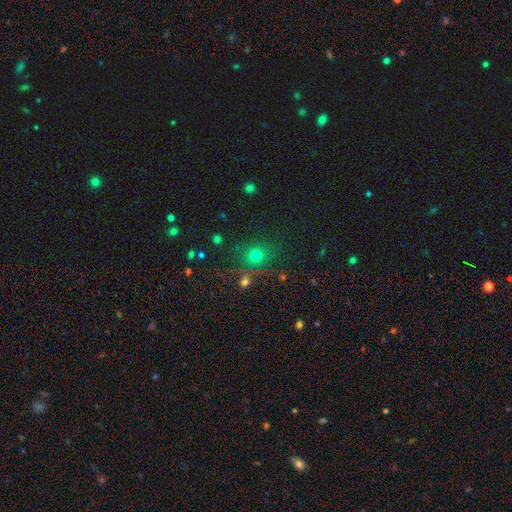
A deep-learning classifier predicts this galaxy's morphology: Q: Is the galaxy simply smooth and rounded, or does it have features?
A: smooth — 72%.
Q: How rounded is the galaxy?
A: round — 88%.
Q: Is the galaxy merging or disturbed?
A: none — 76%.